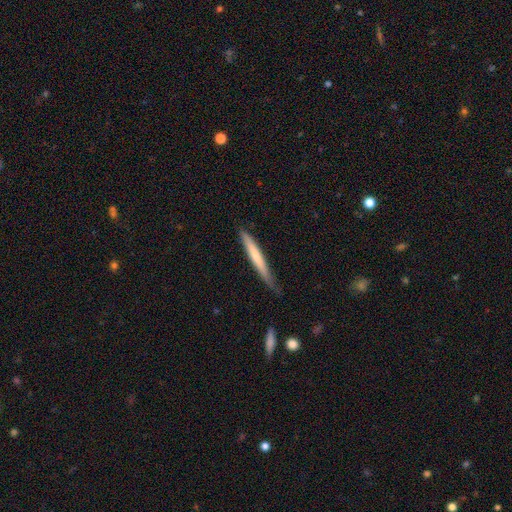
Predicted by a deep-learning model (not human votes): A smooth galaxy with no disk features (60%) that is cigar-shaped (96%). Merging: none (72%).